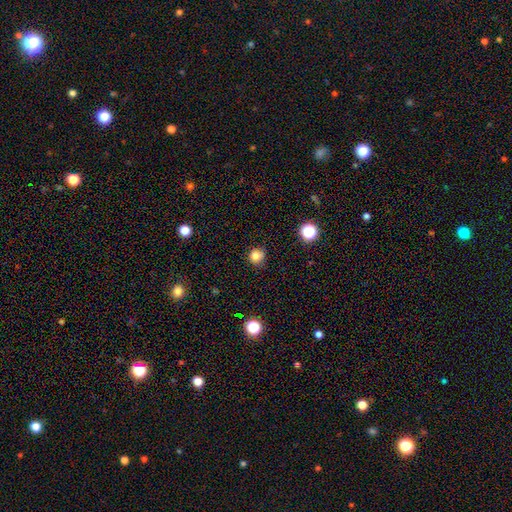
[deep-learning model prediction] This appears to be a smooth galaxy with no disk features (81%) that is round (88%). Merging: none (79%).